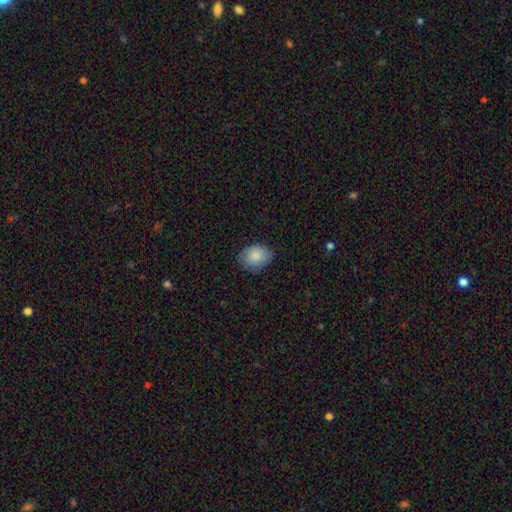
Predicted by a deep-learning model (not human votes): This appears to be a smooth galaxy with no disk features (85%) that is in between round and cigar-shaped (67%). Merging: none (78%).